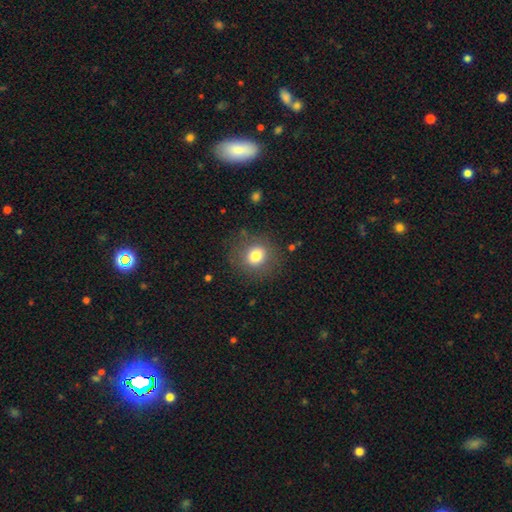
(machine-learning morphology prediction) smooth-or-featured: smooth: 78% | star or artifact: 11% | featured or disk: 11%
  how-rounded: round: 84% | in between: 15% | cigar-shaped: 1%
  merging: none: 83% | minor disturbance: 10% | major disturbance: 5% | merger: 1%